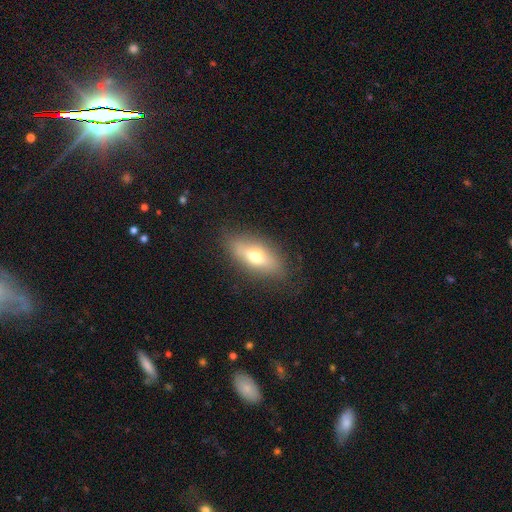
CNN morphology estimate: type=smooth (59%); roundness=in between (75%); merging=none (81%).